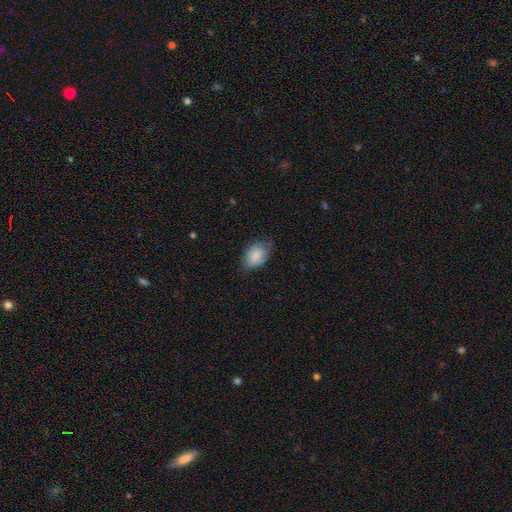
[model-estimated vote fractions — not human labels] A smooth galaxy with no disk features (85%) that is in between round and cigar-shaped (86%). Merging: none (68%).